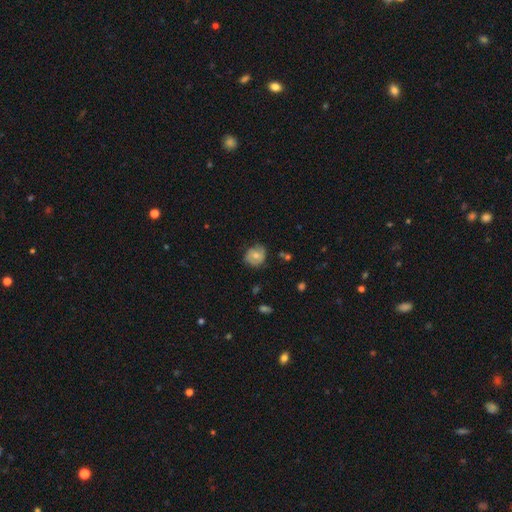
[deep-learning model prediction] Smooth or featured? Predicted: smooth (p=0.49). Merging? Predicted: none (p=0.68).